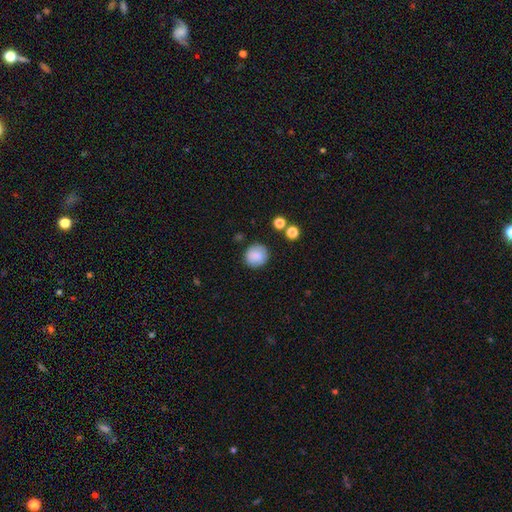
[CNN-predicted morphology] This appears to be a smooth galaxy with no disk features (83%) that is round (89%). Merging: none (84%).